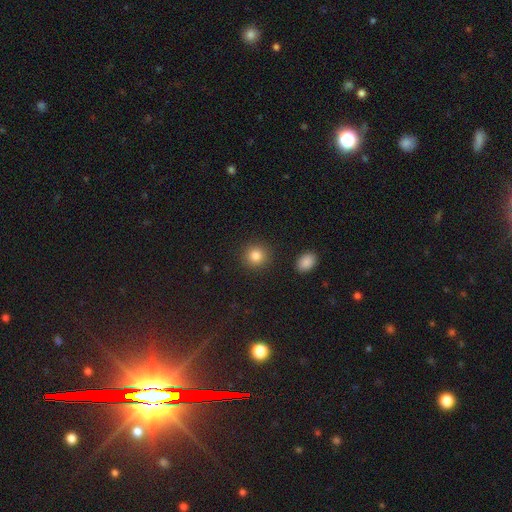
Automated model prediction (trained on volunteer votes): A smooth galaxy with no disk features (84%) that is round (91%).

Vote fractions:
- Smooth or featured? smooth: 84% / star or artifact: 10% / featured or disk: 5%
- How rounded? round: 91% / in between: 8% / cigar-shaped: 1%
- Merging? none: 90% / minor disturbance: 6% / major disturbance: 2% / merger: 2%